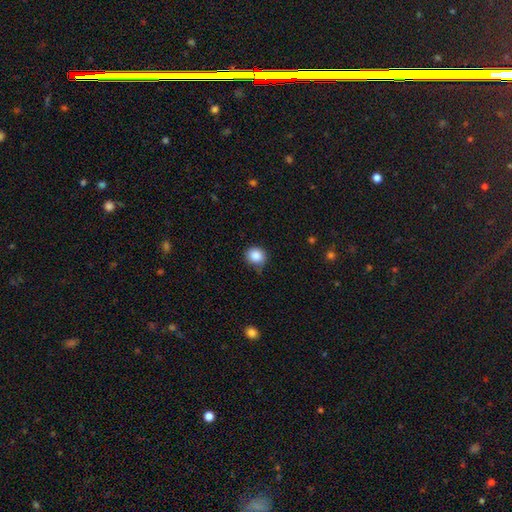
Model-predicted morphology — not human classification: Q: Smooth or featured?
A: smooth (86%); runner-up: star or artifact (9%)
Q: How rounded?
A: round (83%); runner-up: in between (16%)
Q: Merging?
A: none (71%); runner-up: minor disturbance (23%)